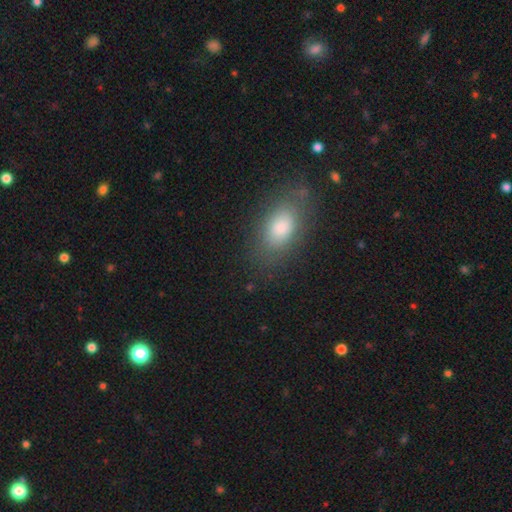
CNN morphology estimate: Smooth or featured? Predicted: smooth (p=0.74). How rounded? Predicted: in between (p=0.86). Merging? Predicted: none (p=0.84).